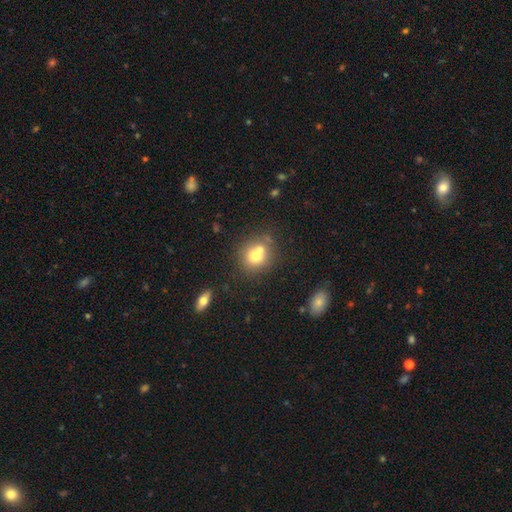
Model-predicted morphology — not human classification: type=smooth (69%); roundness=round (83%); merging=none (51%).